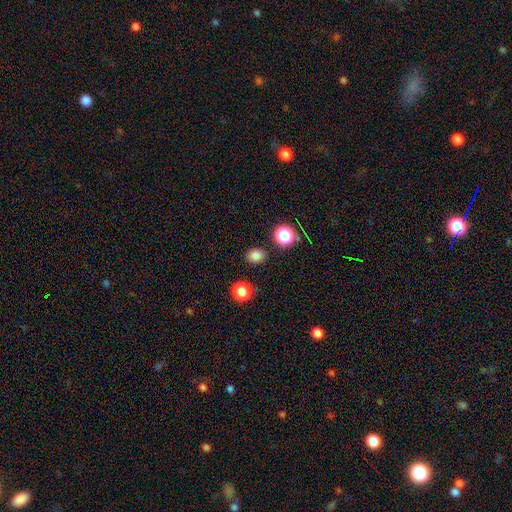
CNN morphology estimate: Smooth or featured? Predicted: smooth (p=0.82). How rounded? Predicted: round (p=0.54). Merging? Predicted: none (p=0.88).